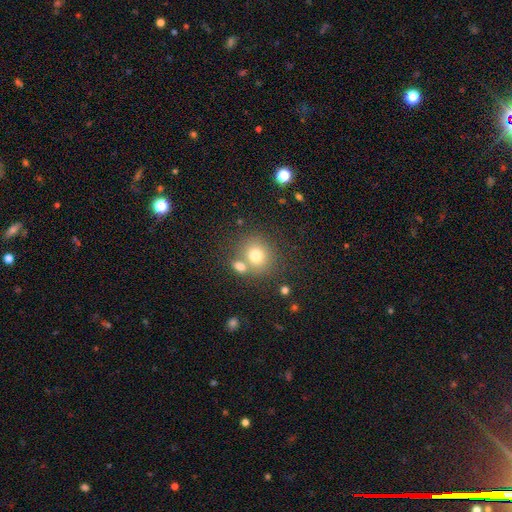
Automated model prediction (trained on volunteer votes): Smooth or featured?
  - smooth: 75% *
  - star or artifact: 12%
  - featured or disk: 12%
How rounded?
  - round: 80% *
  - in between: 19%
  - cigar-shaped: 1%
Merging?
  - none: 58% *
  - merger: 29%
  - minor disturbance: 9%
  - major disturbance: 4%